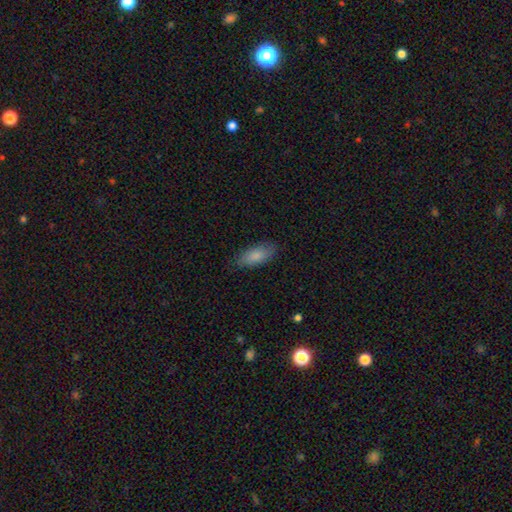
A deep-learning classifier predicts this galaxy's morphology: Overall: smooth (84%). How rounded: in between (82%). Merging: none (82%).